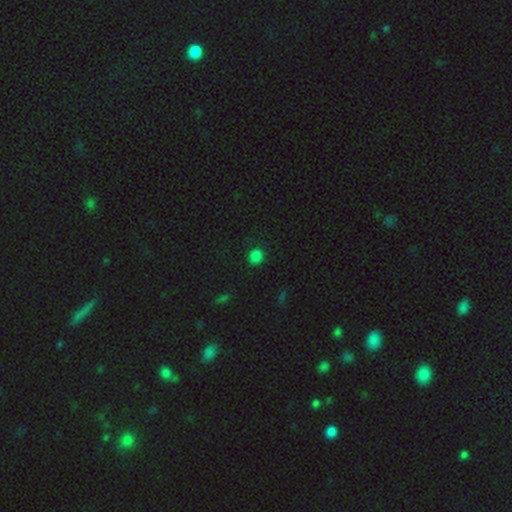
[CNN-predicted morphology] type=smooth (82%); roundness=round (84%); merging=none (89%).